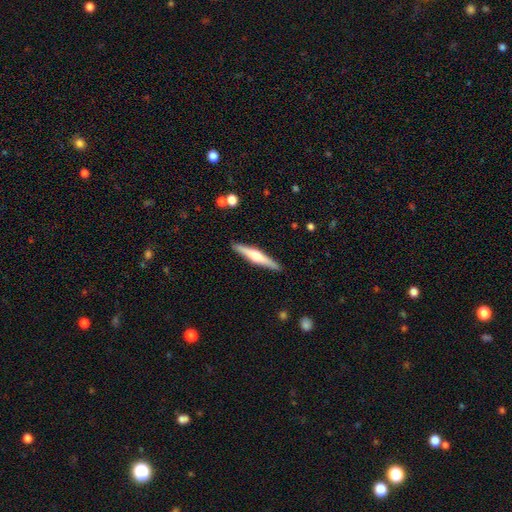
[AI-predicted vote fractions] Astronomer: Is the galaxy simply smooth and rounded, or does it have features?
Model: featured or disk — 62%.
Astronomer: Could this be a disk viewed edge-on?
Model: yes — 97%.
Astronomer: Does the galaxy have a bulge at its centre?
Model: rounded — 86%.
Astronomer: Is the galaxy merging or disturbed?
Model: none — 90%.